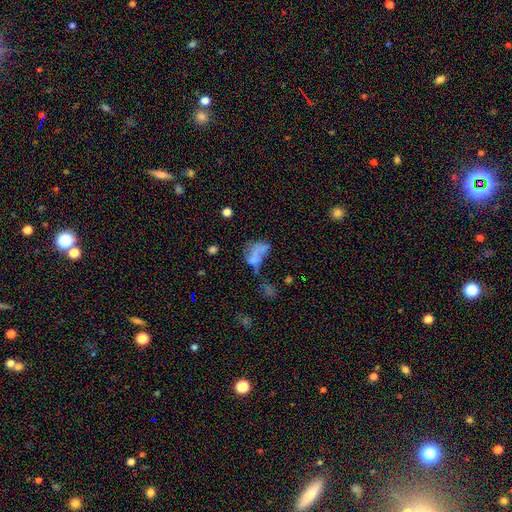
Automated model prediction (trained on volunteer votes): smooth 53%, featured or disk 31%, star or artifact 17%. Down the decision tree: how rounded — in between (83%); merging — major disturbance (37%).